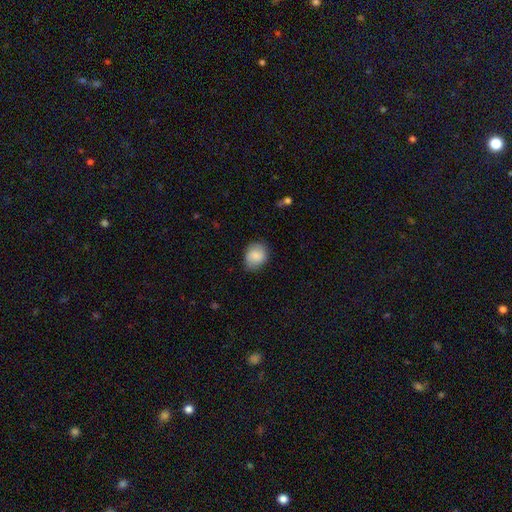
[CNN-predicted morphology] Smooth or featured: smooth — 83% (featured or disk — 11%)
How rounded: round — 59% (in between — 40%)
Merging: none — 78% (minor disturbance — 17%)